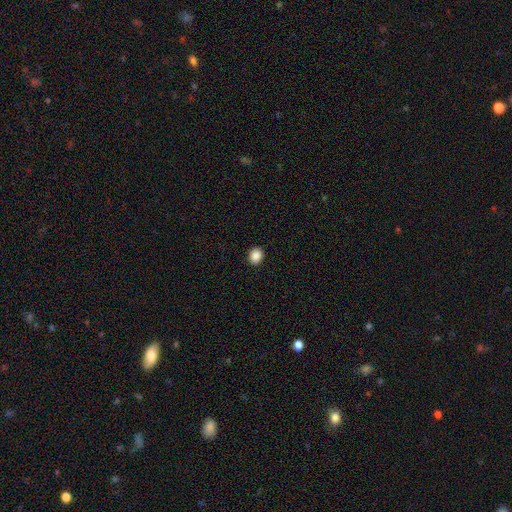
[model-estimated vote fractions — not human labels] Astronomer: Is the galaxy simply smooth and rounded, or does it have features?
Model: smooth — 89%.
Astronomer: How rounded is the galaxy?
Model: round — 55% (runner-up: in between, 44%).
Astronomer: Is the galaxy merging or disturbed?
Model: none — 91%.